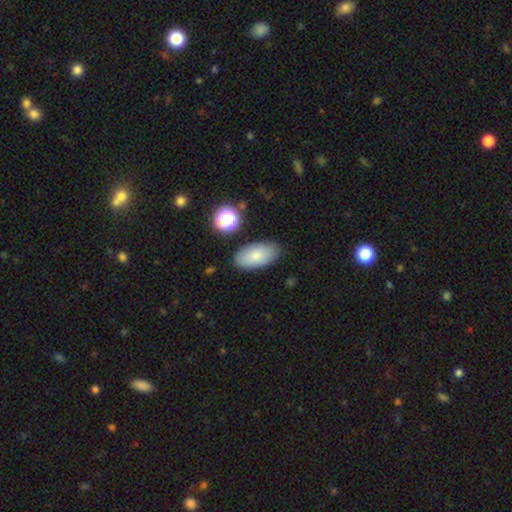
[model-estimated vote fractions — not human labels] Smooth or featured? smooth (81%)
How rounded? in between (94%)
Merging? none (84%)